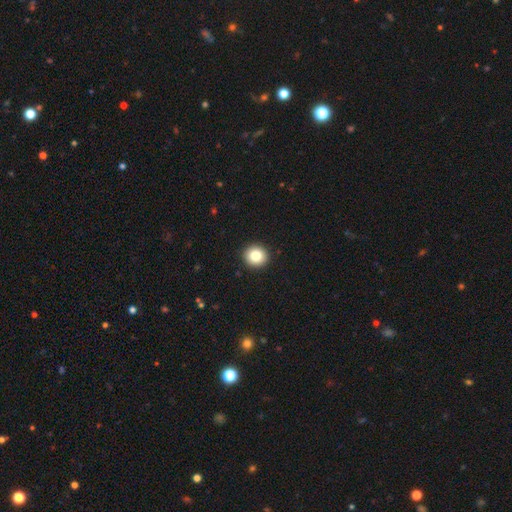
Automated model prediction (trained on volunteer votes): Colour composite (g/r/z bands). It shows a smooth galaxy with no disk features (83%) that is round (93%). Merging: none (93%).